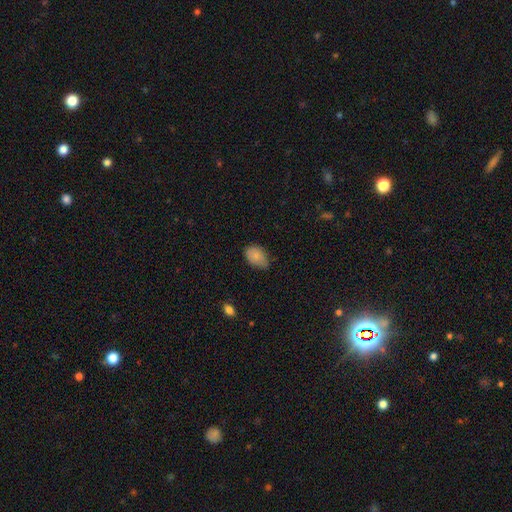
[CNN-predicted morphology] Overall: smooth (85%). How rounded: in between (86%). Merging: none (59%; minor disturbance 34%).